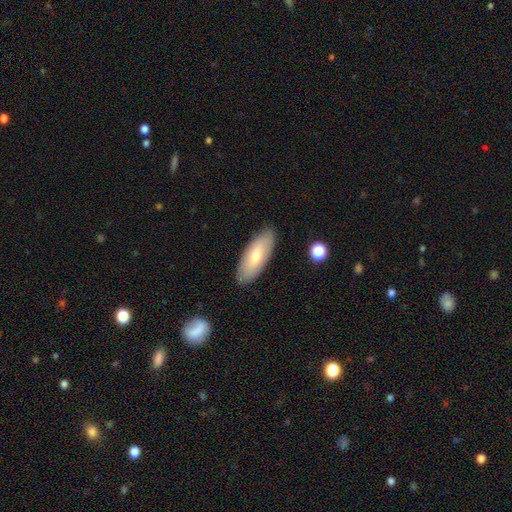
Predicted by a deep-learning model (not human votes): A smooth galaxy with no disk features (66%) that is in between round and cigar-shaped (76%). Merging: none (87%).